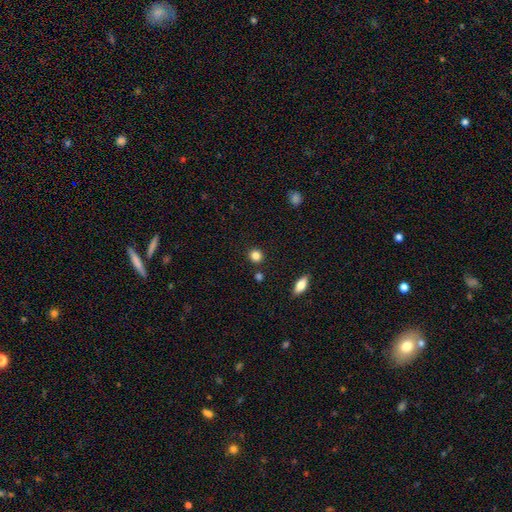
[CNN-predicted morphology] Smooth or featured? Predicted: smooth (p=0.84). How rounded? Predicted: round (p=0.88). Merging? Predicted: none (p=0.88).